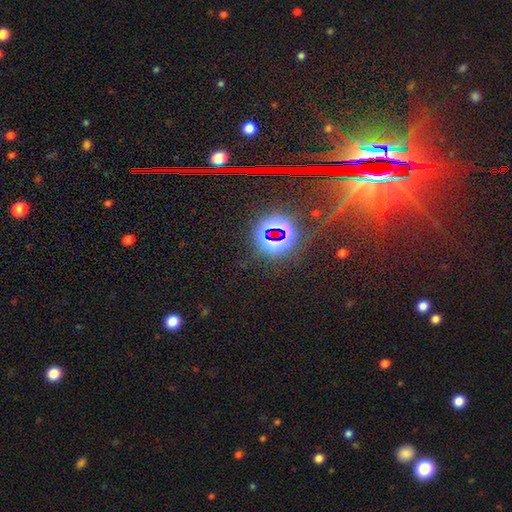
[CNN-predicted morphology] smooth-or-featured: star or artifact: 74% | smooth: 14% | featured or disk: 12%